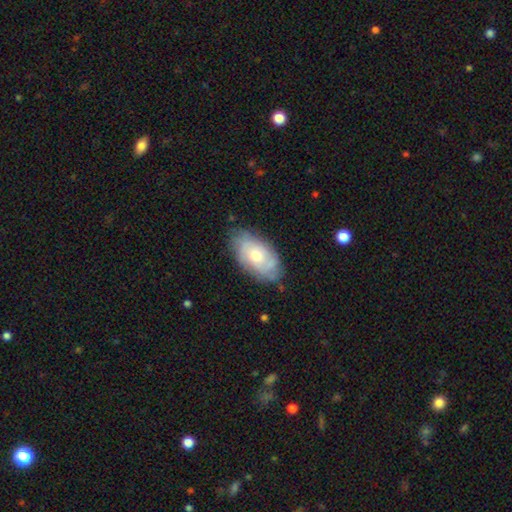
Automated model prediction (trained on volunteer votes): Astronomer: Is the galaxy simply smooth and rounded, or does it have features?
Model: featured or disk — 51% (runner-up: smooth, 43%).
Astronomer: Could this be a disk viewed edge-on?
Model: no — 92%.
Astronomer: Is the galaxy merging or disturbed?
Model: none — 74%.